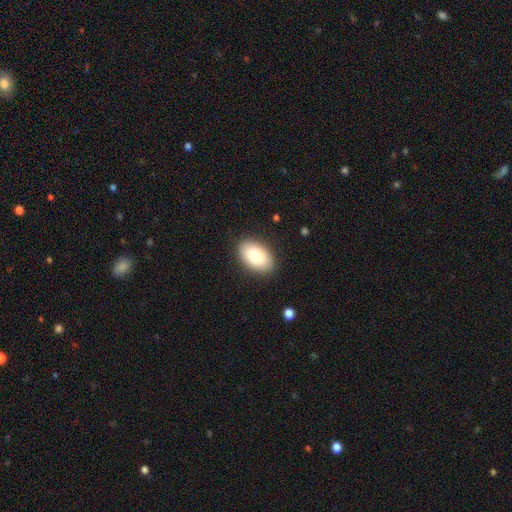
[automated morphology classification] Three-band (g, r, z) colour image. It shows a smooth galaxy with no disk features (84%) that is in between round and cigar-shaped (93%). Merging: none (87%).